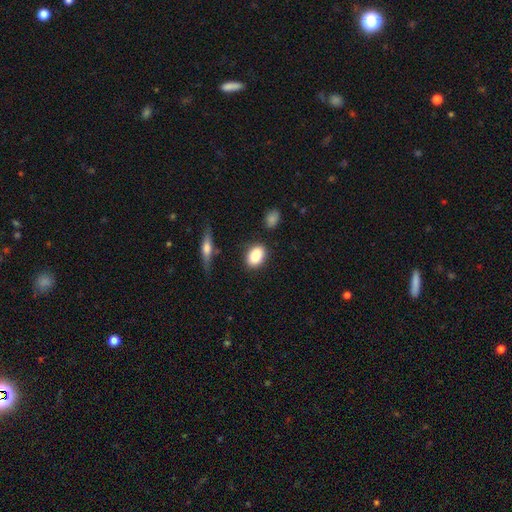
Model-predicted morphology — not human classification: A smooth galaxy with no disk features (87%) that is in between round and cigar-shaped (80%). Merging: none (79%).